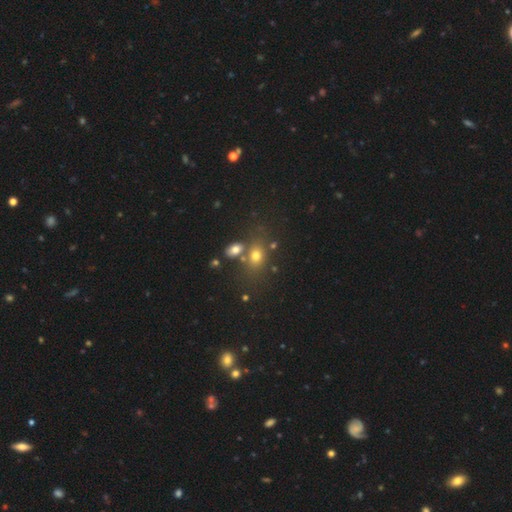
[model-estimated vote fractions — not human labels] Smooth or featured? Predicted: smooth (p=0.69). How rounded? Predicted: in between (p=0.63). Merging? Predicted: none (p=0.56).